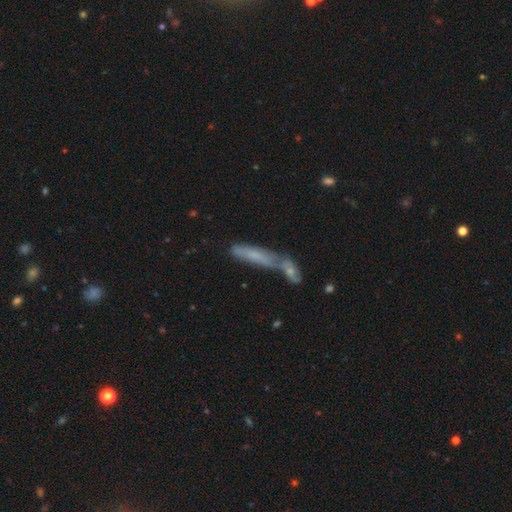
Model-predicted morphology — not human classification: Q: Smooth or featured?
A: smooth (58%); runner-up: featured or disk (30%)
Q: How rounded?
A: cigar-shaped (79%); runner-up: in between (18%)
Q: Merging?
A: merger (54%); runner-up: none (29%)